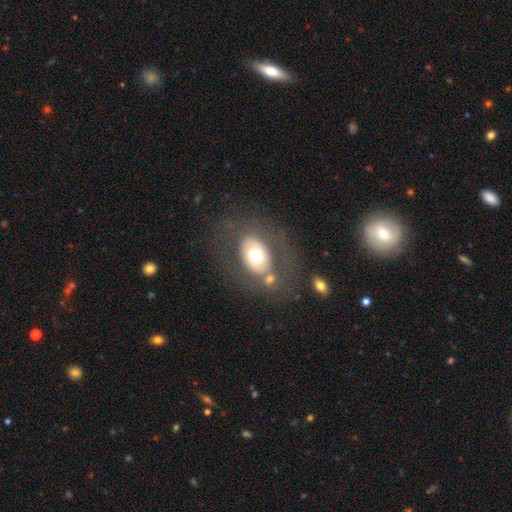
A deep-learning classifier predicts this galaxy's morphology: A smooth galaxy with no disk features (58%) that is in between round and cigar-shaped (78%). Merging: none (65%).